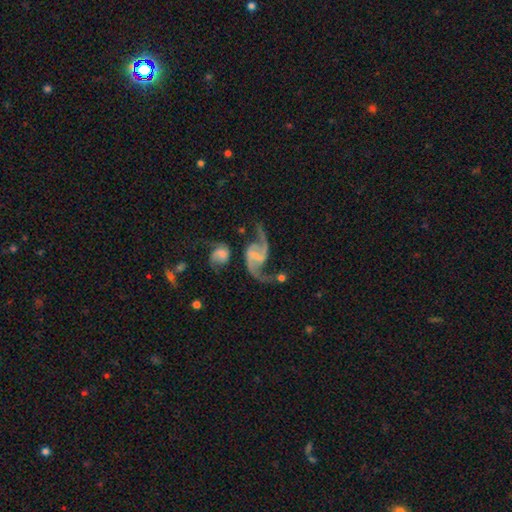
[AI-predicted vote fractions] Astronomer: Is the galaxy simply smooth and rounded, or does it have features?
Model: featured or disk — 91%.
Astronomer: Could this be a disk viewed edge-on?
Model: no — 98%.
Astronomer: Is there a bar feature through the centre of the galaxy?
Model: weak — 47% (runner-up: no, 28%).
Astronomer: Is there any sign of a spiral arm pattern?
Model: yes — 97%.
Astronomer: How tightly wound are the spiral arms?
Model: loose — 71%.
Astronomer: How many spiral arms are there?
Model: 2 — 94%.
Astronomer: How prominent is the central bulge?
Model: none — 46% (runner-up: small, 36%).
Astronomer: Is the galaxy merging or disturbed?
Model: none — 55%.